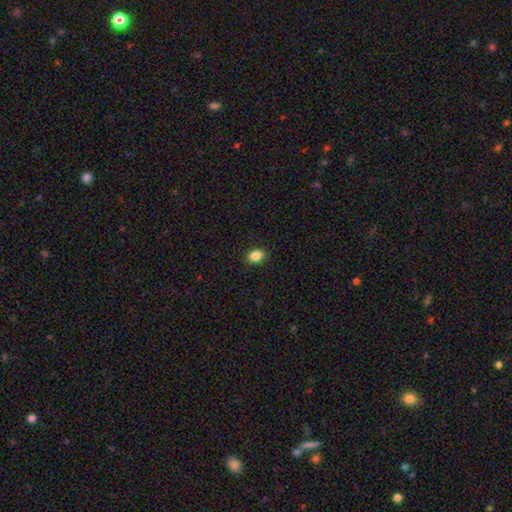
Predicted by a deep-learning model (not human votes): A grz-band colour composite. It shows a smooth galaxy with no disk features (87%) that is in between round and cigar-shaped (77%). Merging: none (90%).